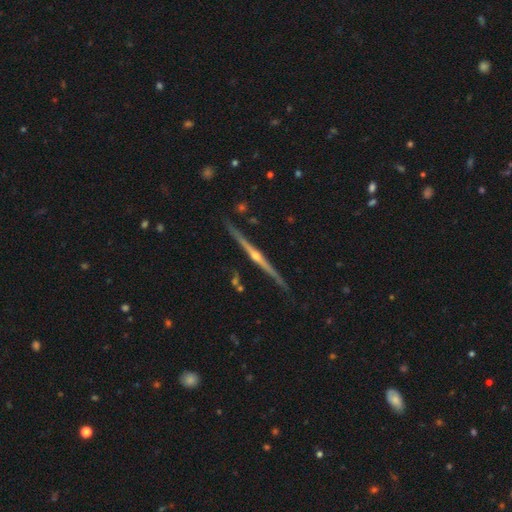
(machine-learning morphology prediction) This appears to be a featured or disk galaxy (89%) viewed edge-on (99%) with a rounded central bulge (91%). Merging: none (90%).